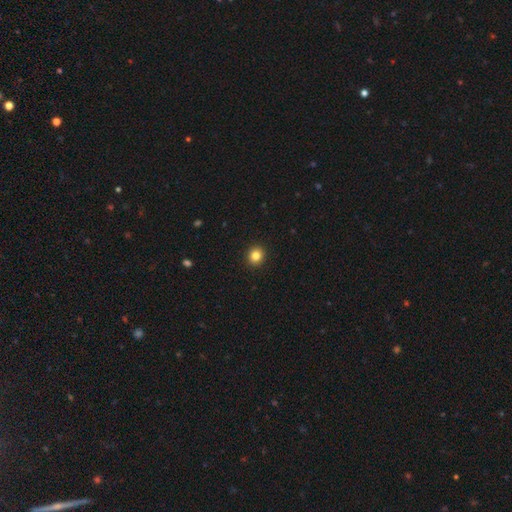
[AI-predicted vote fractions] A smooth galaxy with no disk features (84%) that is round (88%). Merging: none (93%).